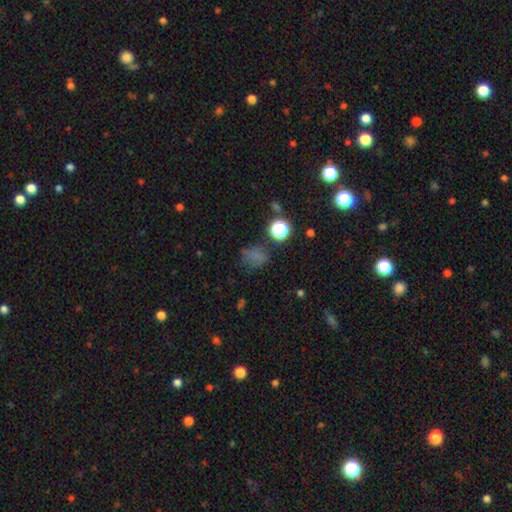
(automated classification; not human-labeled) A smooth galaxy with no disk features (59%) that is round (61%). Merging: none (63%).